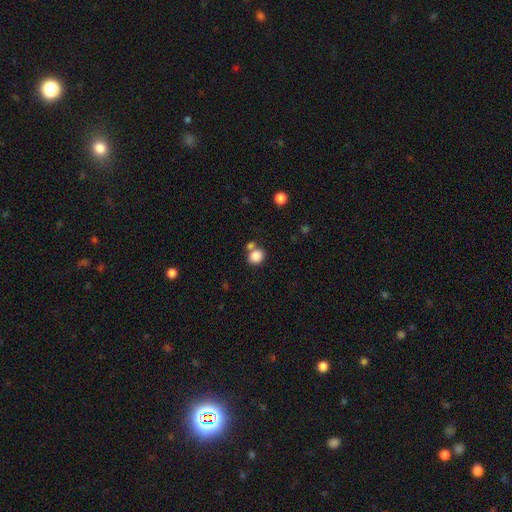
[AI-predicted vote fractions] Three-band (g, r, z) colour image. It shows a smooth galaxy with no disk features (85%) that is round (67%). Merging: none (58%).